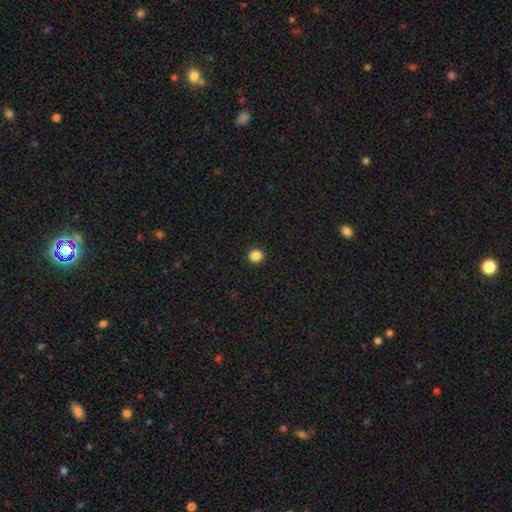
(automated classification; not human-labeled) Smooth or featured: smooth — 86% (star or artifact — 11%)
How rounded: round — 87% (in between — 12%)
Merging: none — 93% (minor disturbance — 5%)